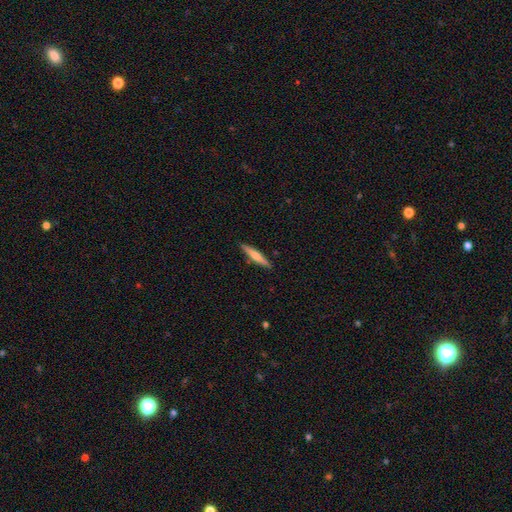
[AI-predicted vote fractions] Morphology: type=smooth (52%); roundness=cigar-shaped (90%); merging=none (90%).